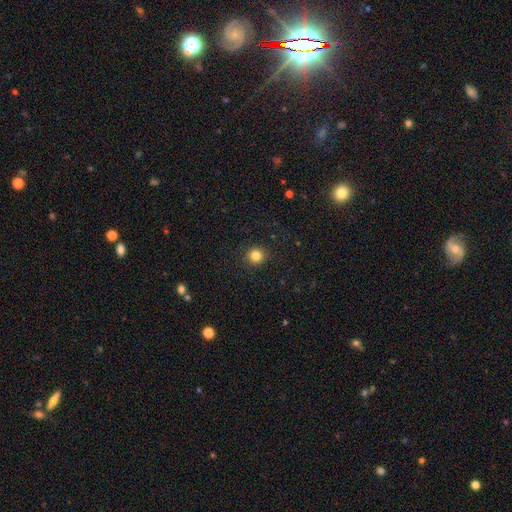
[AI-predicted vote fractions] Overall: smooth (83%). How rounded: round (90%). Merging: none (90%).